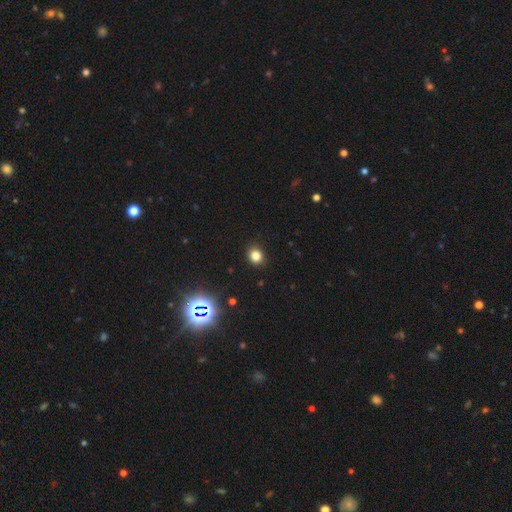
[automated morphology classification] This is clearly a smooth galaxy (80%). How rounded: likely round (72%). Merging: clearly none (90%).